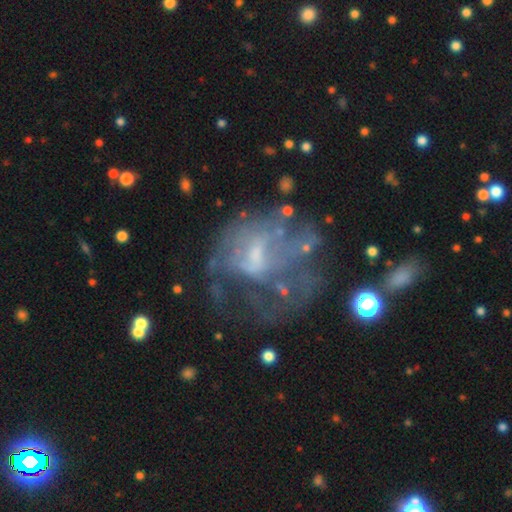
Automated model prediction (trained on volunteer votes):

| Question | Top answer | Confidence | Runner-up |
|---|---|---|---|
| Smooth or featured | featured or disk | 65% | smooth (21%) |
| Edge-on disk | no | 97% | yes (3%) |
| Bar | no | 55% | weak (37%) |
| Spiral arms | no | 62% | yes (38%) |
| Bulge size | small | 44% | moderate (26%) |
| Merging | major disturbance | 43% | none (32%) |